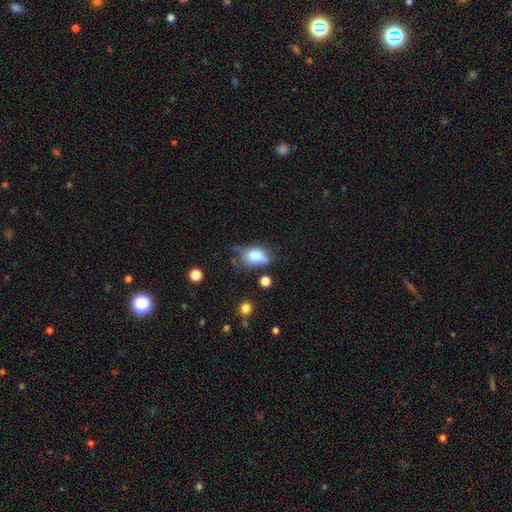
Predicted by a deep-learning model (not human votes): smooth 75%, featured or disk 15%, star or artifact 10%. Down the decision tree: how rounded — in between (74%); merging — none (47%).